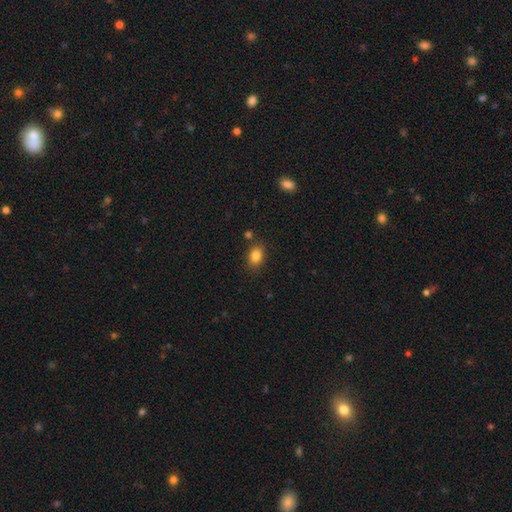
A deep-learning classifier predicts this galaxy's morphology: Q: Smooth or featured?
A: smooth (84%); runner-up: star or artifact (10%)
Q: How rounded?
A: in between (74%); runner-up: round (25%)
Q: Merging?
A: none (80%); runner-up: minor disturbance (12%)